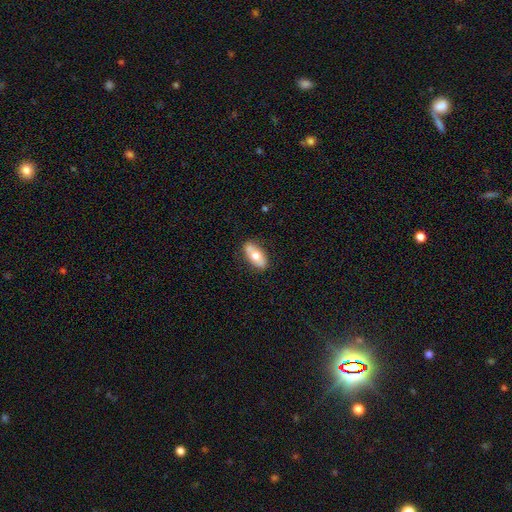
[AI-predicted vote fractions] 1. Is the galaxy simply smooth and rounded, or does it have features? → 63% smooth, 31% featured or disk, 6% star or artifact.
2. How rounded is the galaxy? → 87% in between, 10% cigar-shaped, 3% round.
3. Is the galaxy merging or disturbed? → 81% none, 14% minor disturbance, 3% major disturbance, 3% merger.